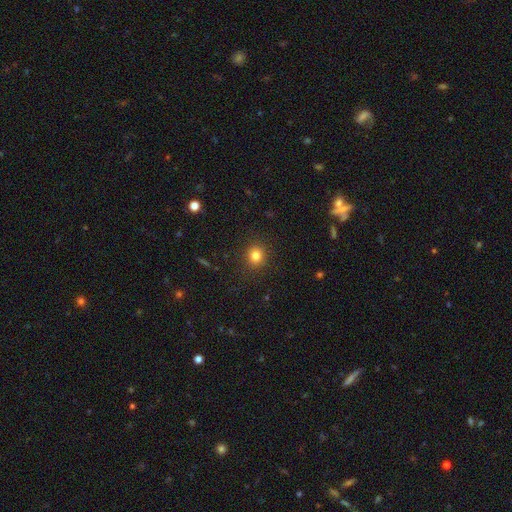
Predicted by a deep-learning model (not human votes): Smooth or featured? smooth (81%)
How rounded? round (86%)
Merging? none (90%)